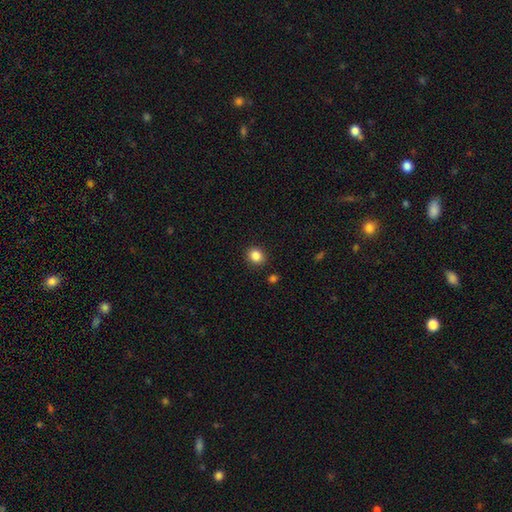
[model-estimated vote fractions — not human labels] A smooth galaxy with no disk features (86%) that is round (74%).

Vote fractions:
- Smooth or featured? smooth: 86% / star or artifact: 10% / featured or disk: 4%
- How rounded? round: 74% / in between: 25% / cigar-shaped: 1%
- Merging? none: 88% / minor disturbance: 8% / major disturbance: 2% / merger: 2%